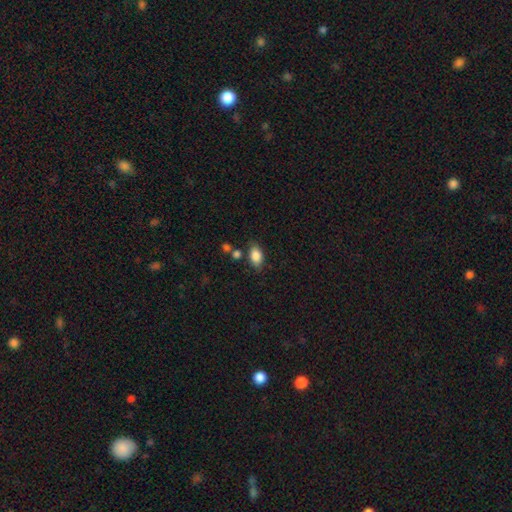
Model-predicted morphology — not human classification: Smooth or featured?
  - smooth: 84% *
  - star or artifact: 8%
  - featured or disk: 8%
How rounded?
  - in between: 87% *
  - round: 10%
  - cigar-shaped: 2%
Merging?
  - none: 75% *
  - minor disturbance: 15%
  - merger: 7%
  - major disturbance: 4%